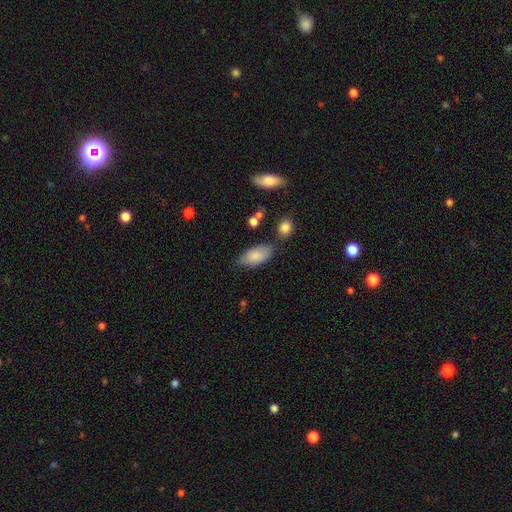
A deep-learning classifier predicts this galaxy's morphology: smooth 83%, featured or disk 10%, star or artifact 7%. Down the decision tree: how rounded — in between (92%); merging — none (63%).